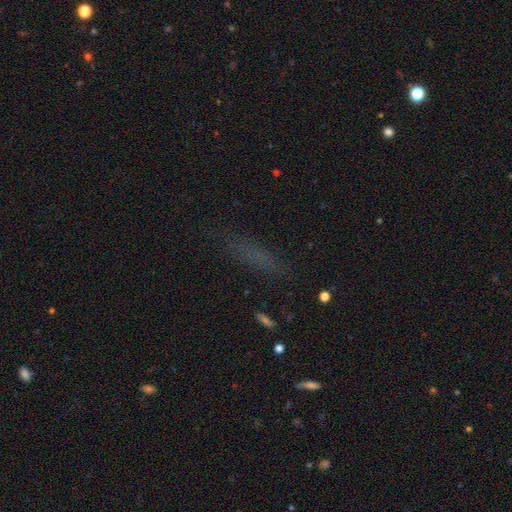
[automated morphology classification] smooth 54%, star or artifact 27%, featured or disk 18%. Down the decision tree: how rounded — cigar-shaped (72%); merging — none (78%).